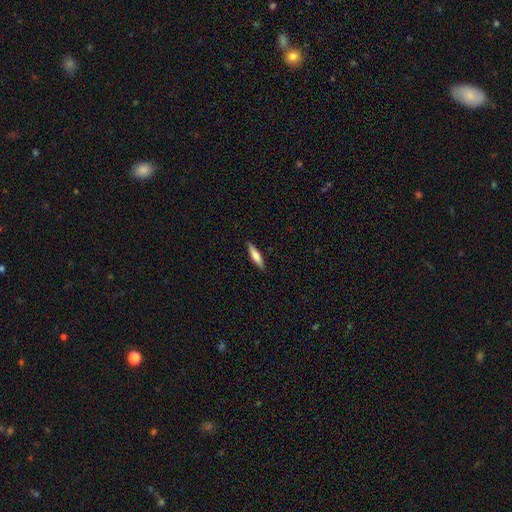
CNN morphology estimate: Overall: smooth (72%). How rounded: cigar-shaped (76%). Merging: none (90%).